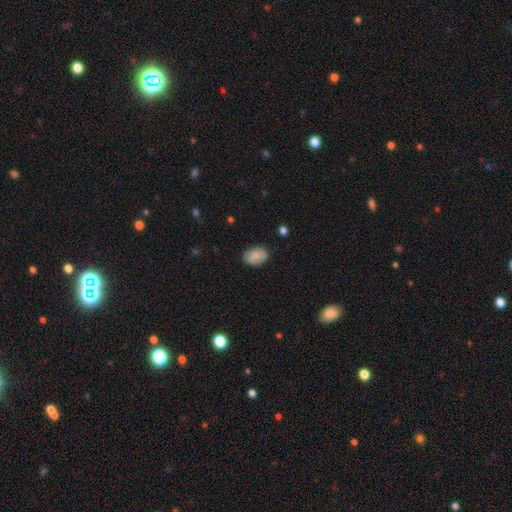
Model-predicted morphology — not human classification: smooth-or-featured: smooth: 80% | featured or disk: 13% | star or artifact: 7%
  how-rounded: in between: 82% | round: 17% | cigar-shaped: 1%
  merging: none: 79% | minor disturbance: 16% | major disturbance: 3% | merger: 2%